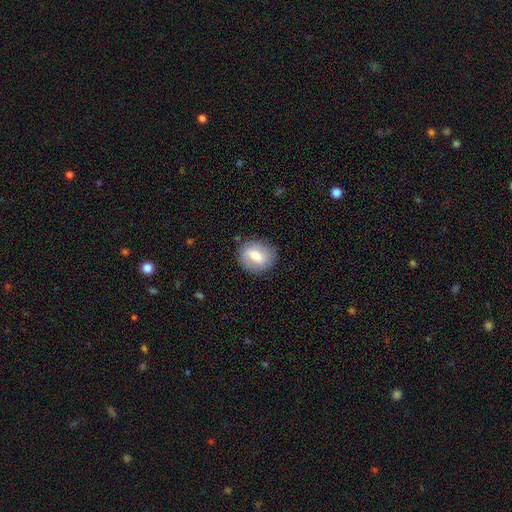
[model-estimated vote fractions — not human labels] smooth-or-featured: smooth: 55% | featured or disk: 38% | star or artifact: 7%
  how-rounded: round: 55% | in between: 43% | cigar-shaped: 2%
  merging: none: 80% | minor disturbance: 14% | major disturbance: 5% | merger: 1%